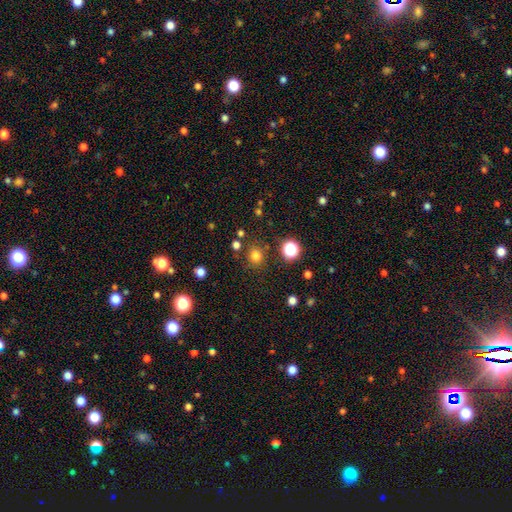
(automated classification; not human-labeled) The model was most divided on "smooth or featured": smooth: 77%, star or artifact: 18%, featured or disk: 6%. More confident: how rounded — round (86%); merging — none (83%).